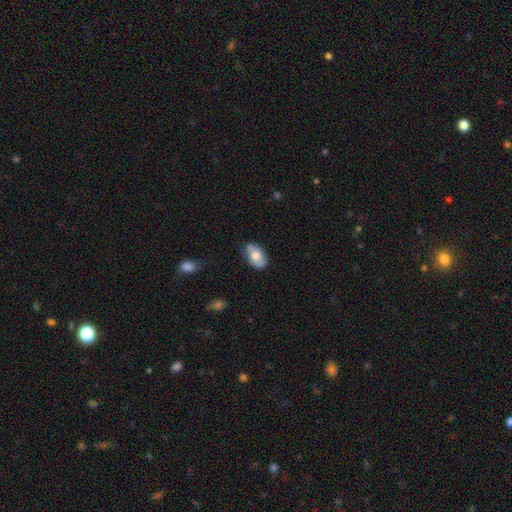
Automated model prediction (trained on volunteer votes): Overall: smooth (69%). How rounded: in between (92%). Merging: none (68%).